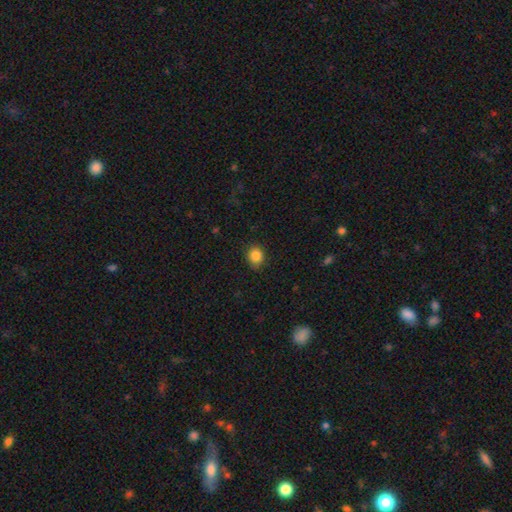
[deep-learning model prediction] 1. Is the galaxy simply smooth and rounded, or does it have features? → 85% smooth, 10% star or artifact, 5% featured or disk.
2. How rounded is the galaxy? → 67% round, 33% in between, 1% cigar-shaped.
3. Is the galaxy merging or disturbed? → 87% none, 10% minor disturbance, 2% major disturbance, 1% merger.